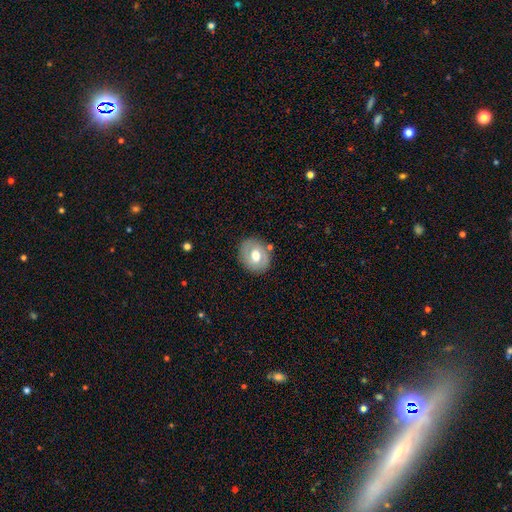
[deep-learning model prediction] Q: Smooth or featured?
A: smooth (52%); runner-up: featured or disk (41%)
Q: How rounded?
A: round (64%); runner-up: in between (36%)
Q: Merging?
A: none (81%); runner-up: minor disturbance (12%)